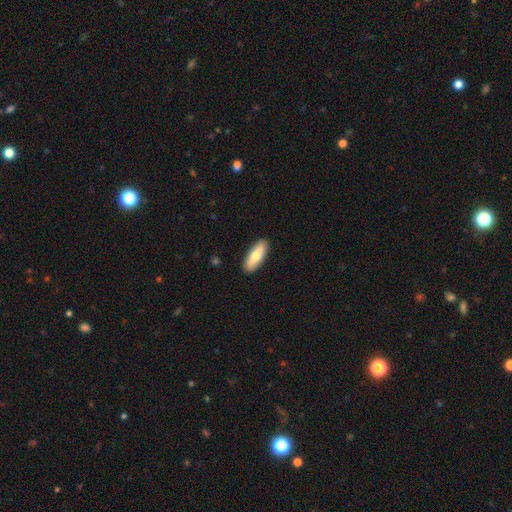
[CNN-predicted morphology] Smooth or featured? smooth (71%)
How rounded? in between (59%)
Merging? none (90%)